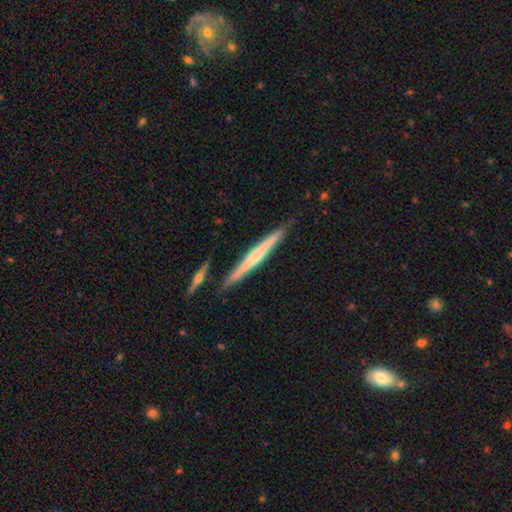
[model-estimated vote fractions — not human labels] featured or disk 55%, smooth 39%, star or artifact 6%. Down the decision tree: edge-on disk — yes (97%); edge-on bulge — none (54%); merging — none (84%).